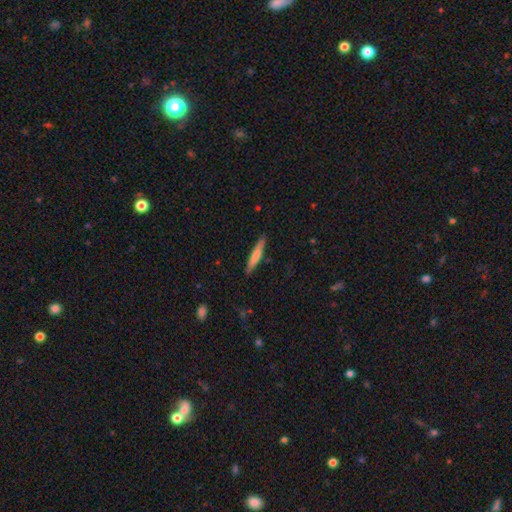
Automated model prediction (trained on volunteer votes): This appears to be a smooth galaxy with no disk features (70%) that is cigar-shaped (93%). Merging: none (89%).